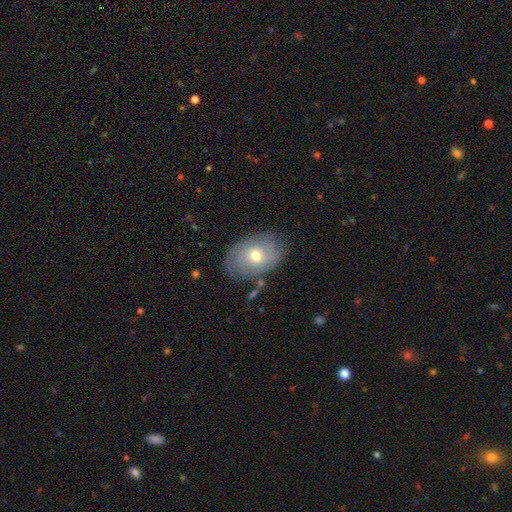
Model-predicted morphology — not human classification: Q: Smooth or featured?
A: featured or disk (50%); runner-up: smooth (42%)
Q: Merging?
A: none (73%); runner-up: minor disturbance (18%)